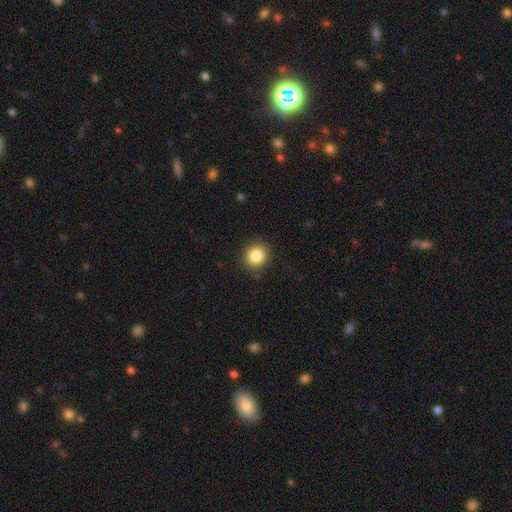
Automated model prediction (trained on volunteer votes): smooth-or-featured: smooth: 85% | star or artifact: 10% | featured or disk: 6%
  how-rounded: round: 83% | in between: 16% | cigar-shaped: 1%
  merging: none: 86% | minor disturbance: 10% | major disturbance: 3% | merger: 1%